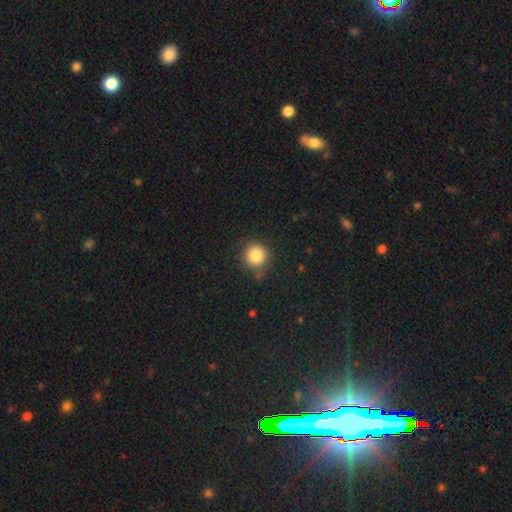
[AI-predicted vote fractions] Smooth or featured: smooth — 84% (star or artifact — 11%)
How rounded: round — 93% (in between — 6%)
Merging: none — 79% (minor disturbance — 13%)